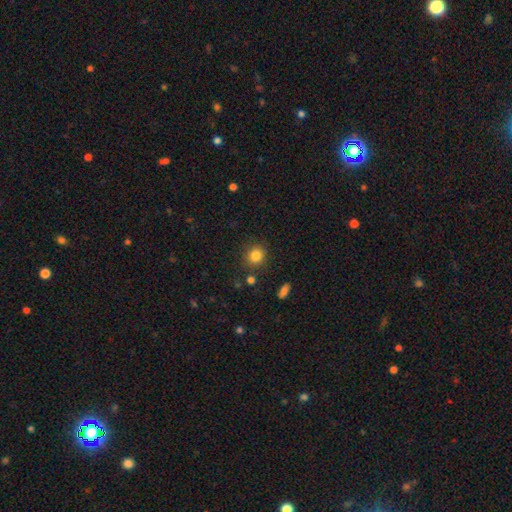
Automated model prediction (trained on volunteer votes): smooth-or-featured: smooth: 83% | star or artifact: 11% | featured or disk: 6%
  how-rounded: round: 84% | in between: 15% | cigar-shaped: 1%
  merging: none: 85% | minor disturbance: 9% | merger: 3% | major disturbance: 3%